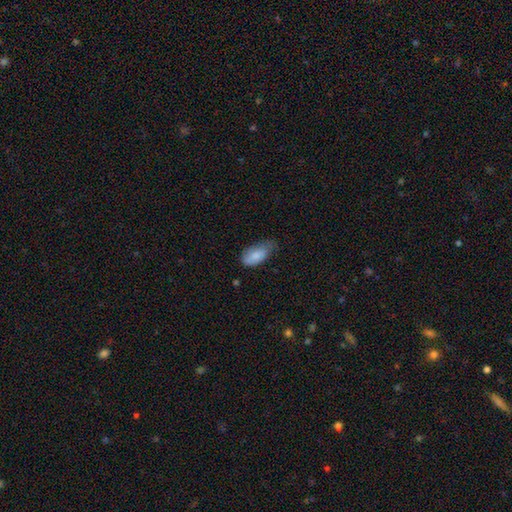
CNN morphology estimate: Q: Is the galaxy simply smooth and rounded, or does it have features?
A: smooth — 83%.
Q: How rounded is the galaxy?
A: in between — 92%.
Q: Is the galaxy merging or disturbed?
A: none — 44%.